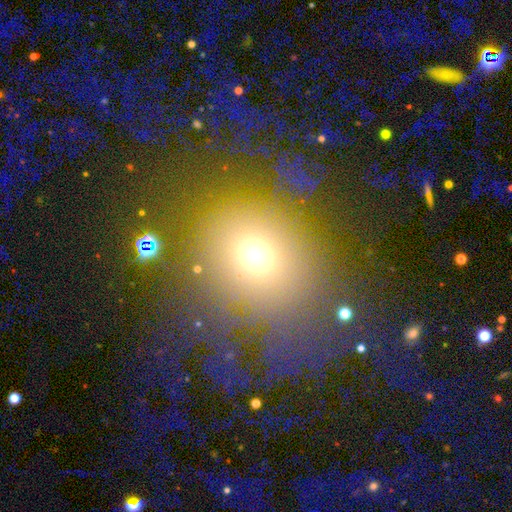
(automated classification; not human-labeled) This appears to be a smooth galaxy with no disk features (60%) that is round (75%). Merging: none (40%, tied with major disturbance).